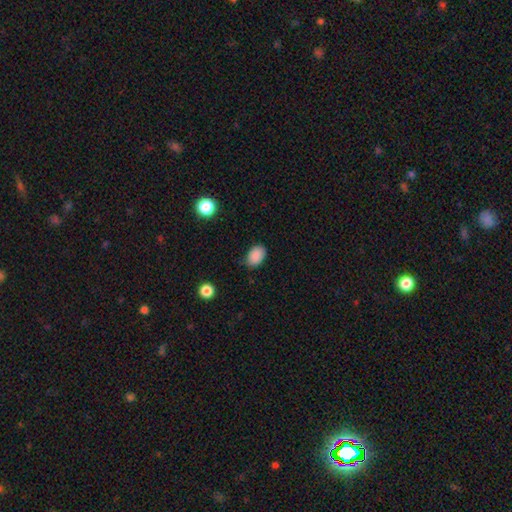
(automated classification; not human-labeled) This appears to be a smooth galaxy with no disk features (88%) that is in between round and cigar-shaped (82%). Merging: none (77%).